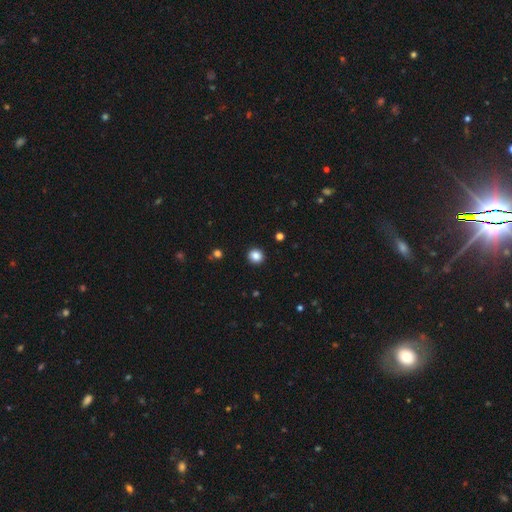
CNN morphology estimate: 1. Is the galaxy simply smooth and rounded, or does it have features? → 86% smooth, 11% star or artifact, 4% featured or disk.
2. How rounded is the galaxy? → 91% round, 8% in between, 1% cigar-shaped.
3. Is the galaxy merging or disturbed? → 93% none, 5% minor disturbance, 2% major disturbance, 1% merger.